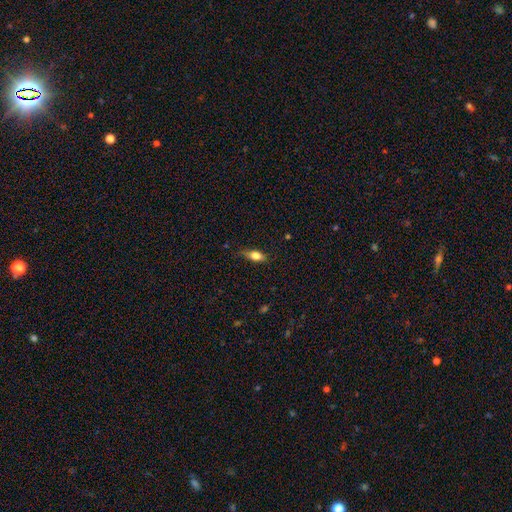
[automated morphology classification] Overall: smooth (73%). How rounded: in between (76%). Merging: none (74%).